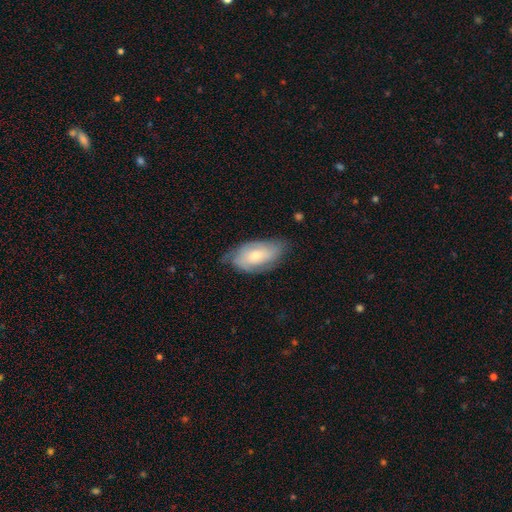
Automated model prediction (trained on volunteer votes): smooth-or-featured: smooth: 50% | featured or disk: 44% | star or artifact: 7%
  merging: none: 60% | minor disturbance: 31% | major disturbance: 8% | merger: 1%